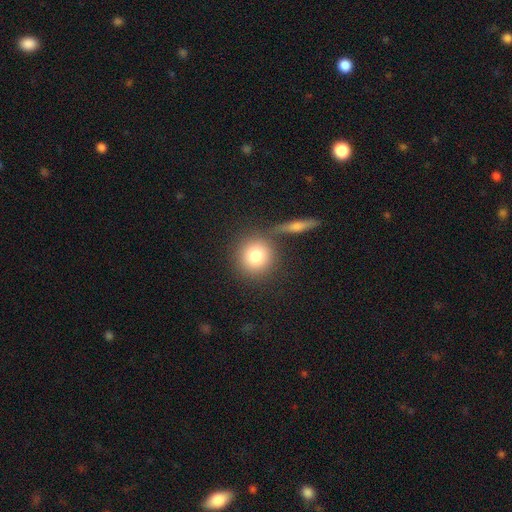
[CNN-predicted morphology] A smooth galaxy with no disk features (80%) that is round (90%).

Vote fractions:
- Smooth or featured? smooth: 80% / featured or disk: 11% / star or artifact: 9%
- How rounded? round: 90% / in between: 9% / cigar-shaped: 1%
- Merging? none: 74% / merger: 14% / minor disturbance: 9% / major disturbance: 4%